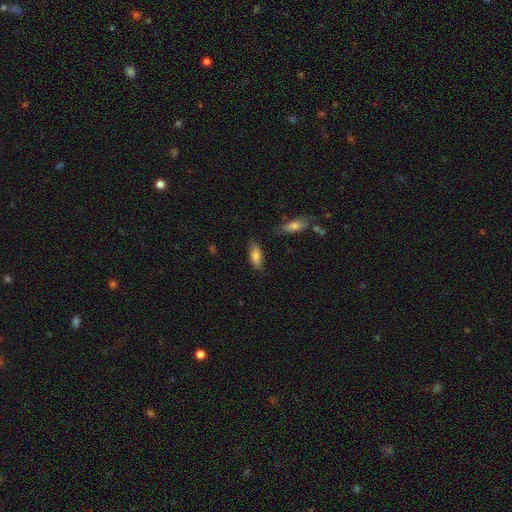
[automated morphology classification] A smooth galaxy with no disk features (79%) that is in between round and cigar-shaped (74%).

Vote fractions:
- Smooth or featured? smooth: 79% / featured or disk: 14% / star or artifact: 7%
- How rounded? in between: 74% / cigar-shaped: 23% / round: 2%
- Merging? none: 76% / minor disturbance: 17% / major disturbance: 4% / merger: 3%